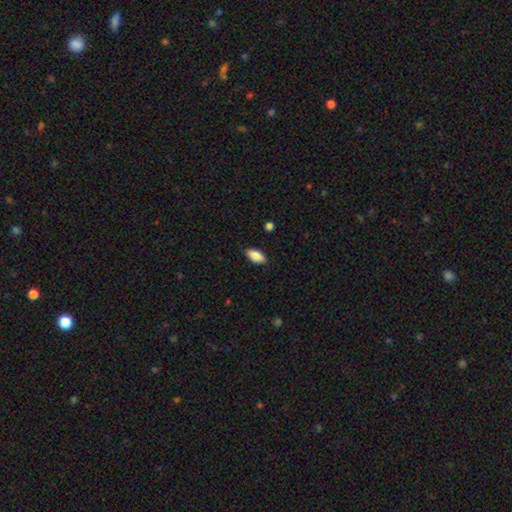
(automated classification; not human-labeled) The model was most divided on "merging": none: 87%, minor disturbance: 10%, major disturbance: 2%, merger: 1%. More confident: how rounded — in between (88%); smooth or featured — smooth (86%).